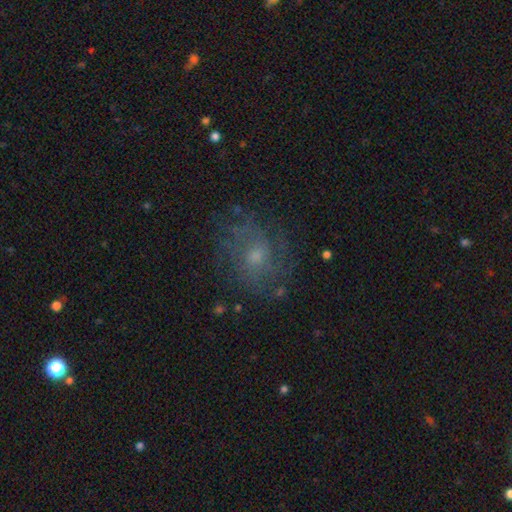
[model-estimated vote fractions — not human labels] smooth-or-featured: featured or disk: 58% | smooth: 23% | star or artifact: 19%
  disk-edge-on: no: 97% | yes: 3%
    bar: no: 73% | weak: 24% | strong: 3%
    has-spiral-arms: yes: 81% | no: 19%
    bulge-size: small: 47% | moderate: 43% | none: 4% | large: 4% | dominant: 1%
  merging: none: 73% | minor disturbance: 16% | major disturbance: 10% | merger: 1%